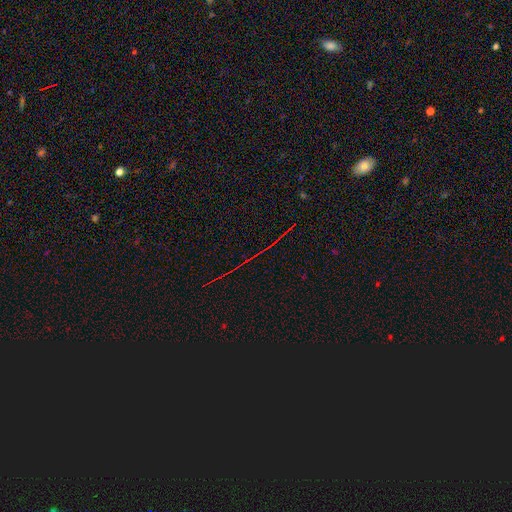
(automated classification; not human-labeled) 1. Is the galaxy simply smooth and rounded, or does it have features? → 81% star or artifact, 11% featured or disk, 7% smooth.